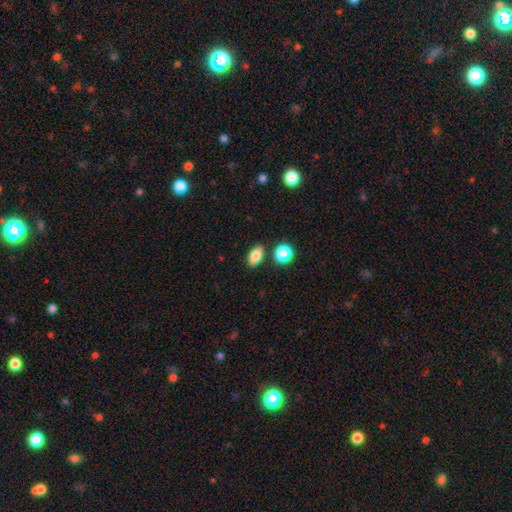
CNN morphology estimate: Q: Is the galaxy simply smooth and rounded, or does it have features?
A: smooth — 84%.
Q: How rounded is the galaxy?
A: in between — 85%.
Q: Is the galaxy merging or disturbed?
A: none — 82%.